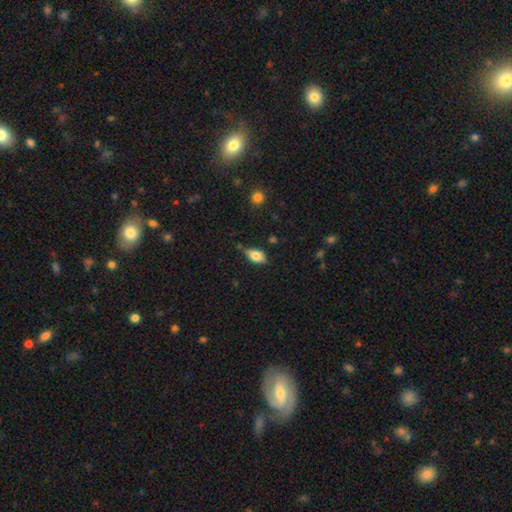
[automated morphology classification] type=smooth (67%); roundness=in between (85%); merging=none (66%).